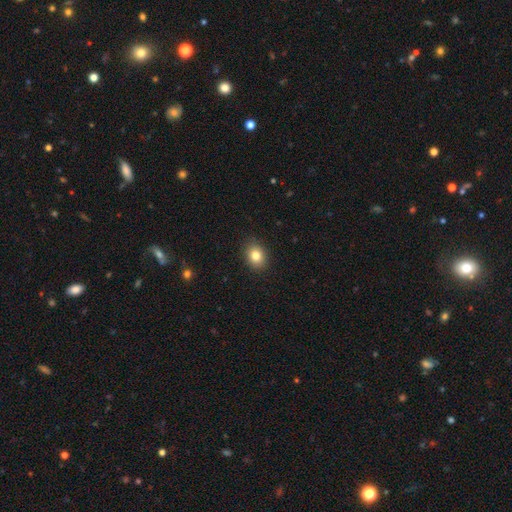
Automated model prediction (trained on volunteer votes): Morphology: type=smooth (82%); roundness=in between (50%); merging=none (88%).